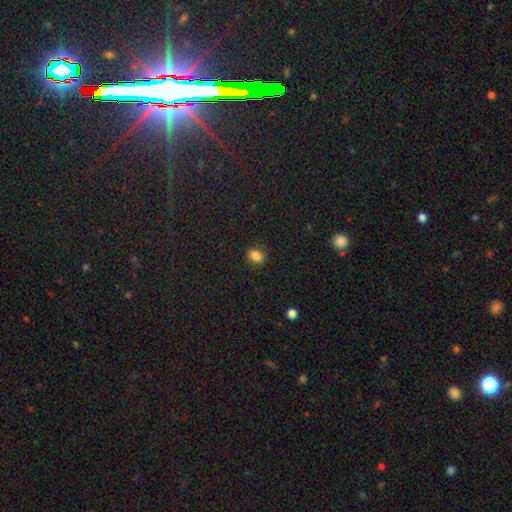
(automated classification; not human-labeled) smooth_or_featured: smooth (p=0.84) [alt: star or artifact p=0.11]
how_rounded: in between (p=0.71) [alt: round p=0.27]
merging: none (p=0.85) [alt: minor disturbance p=0.11]